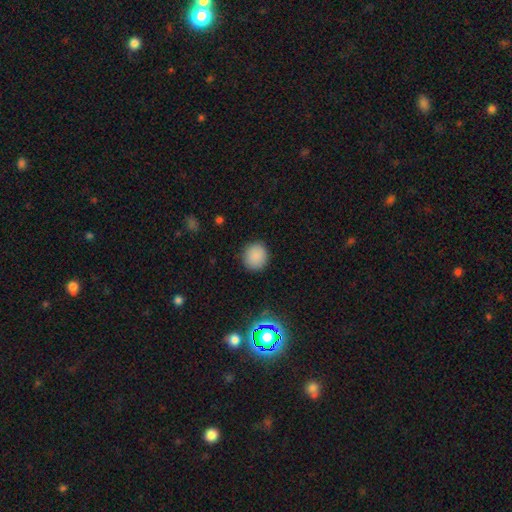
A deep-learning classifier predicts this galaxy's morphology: type=smooth (86%); roundness=round (88%); merging=none (89%).